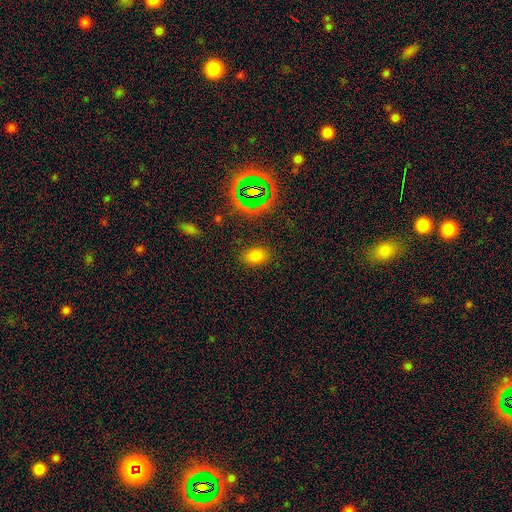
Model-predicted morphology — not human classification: Smooth or featured?
  - smooth: 74% *
  - star or artifact: 18%
  - featured or disk: 8%
How rounded?
  - in between: 77% *
  - round: 22%
  - cigar-shaped: 1%
Merging?
  - none: 85% *
  - minor disturbance: 10%
  - major disturbance: 3%
  - merger: 2%